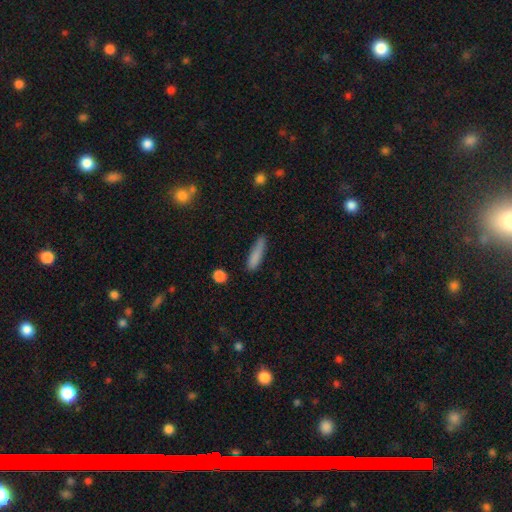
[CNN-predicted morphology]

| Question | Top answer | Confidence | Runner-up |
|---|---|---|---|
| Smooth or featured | smooth | 83% | featured or disk (10%) |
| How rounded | cigar-shaped | 80% | in between (18%) |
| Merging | none | 74% | minor disturbance (20%) |